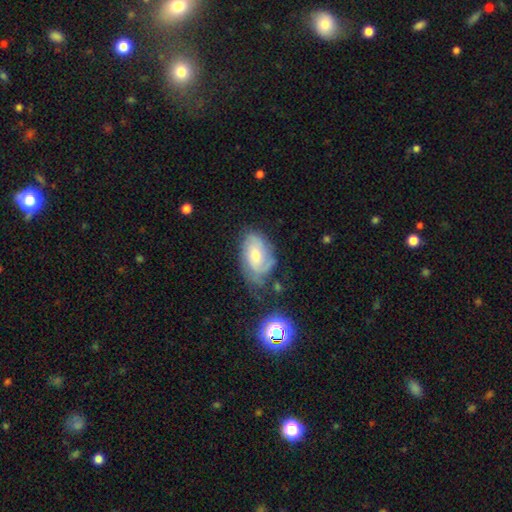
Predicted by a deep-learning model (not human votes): This is likely a featured or disk galaxy (67%). It is clearly not viewed edge-on (96%). Bar: likely no (60%). Spiral arm pattern: clearly yes (89%). Spiral arm count: marginally can't tell (36%). Spiral winding: possibly tight (51%). Central bulge: possibly moderate (56%). Merging: possibly none (52%).